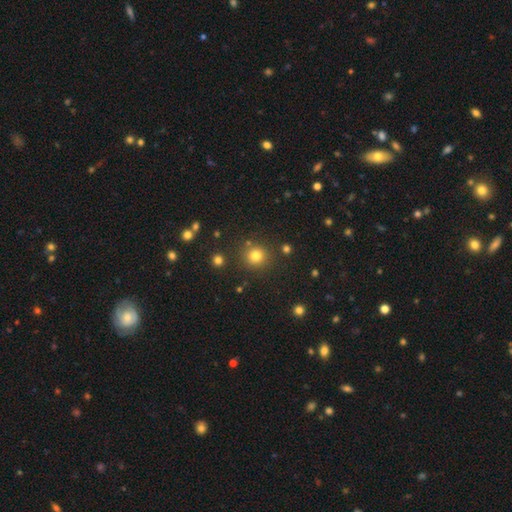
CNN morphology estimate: smooth 79%, star or artifact 15%, featured or disk 6%. Down the decision tree: how rounded — round (91%); merging — none (85%).